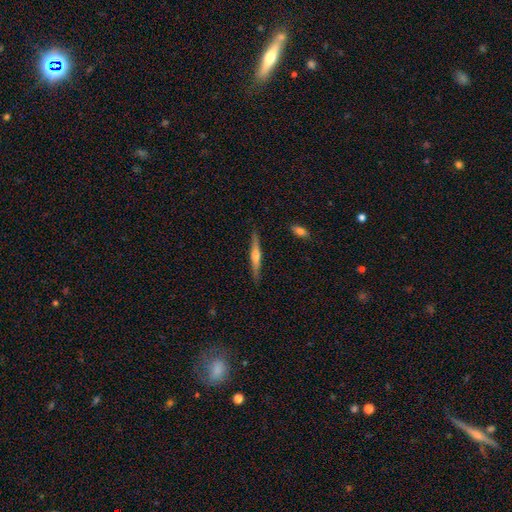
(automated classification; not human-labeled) This is possibly a featured or disk galaxy (60%). It is clearly viewed edge-on (97%). Edge-on bulge: clearly rounded (82%). Merging: clearly none (88%).